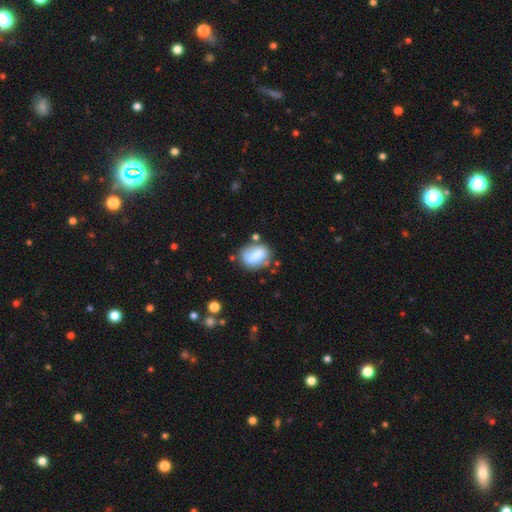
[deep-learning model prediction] Q: Smooth or featured?
A: smooth (69%); runner-up: featured or disk (23%)
Q: How rounded?
A: in between (68%); runner-up: round (30%)
Q: Merging?
A: none (50%); runner-up: minor disturbance (26%)